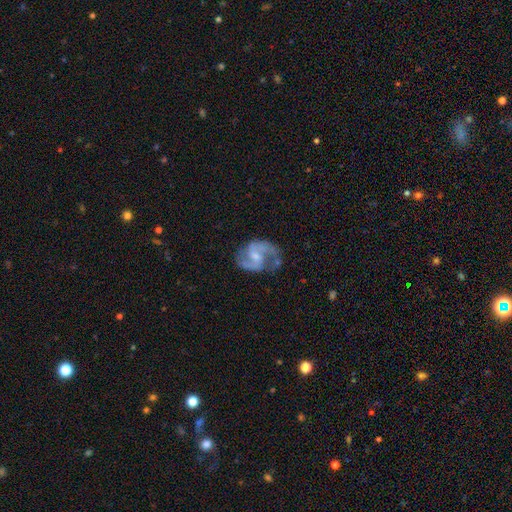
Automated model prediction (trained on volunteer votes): Smooth or featured? featured or disk (88%)
Edge-on disk? no (98%)
Bar? weak (53%)
Spiral arms? yes (97%)
Spiral winding? medium (59%)
Spiral arm count? 2 (91%)
Bulge size? small (50%)
Merging? none (68%)